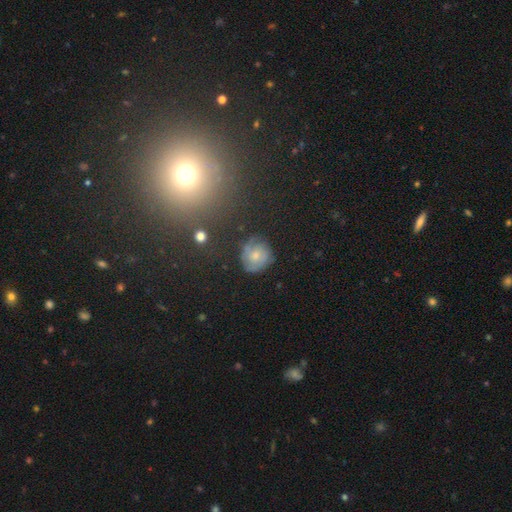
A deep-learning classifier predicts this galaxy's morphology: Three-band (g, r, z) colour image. It shows a smooth galaxy with no disk features (48%). Merging: none (65%).